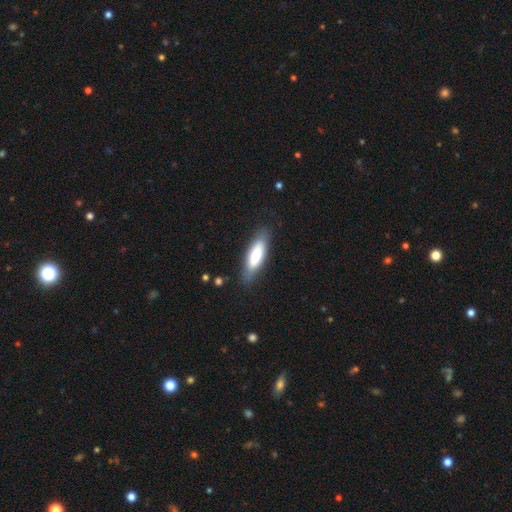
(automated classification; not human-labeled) This appears to be a smooth galaxy with no disk features (76%) that is in between round and cigar-shaped (52%). Merging: none (81%).